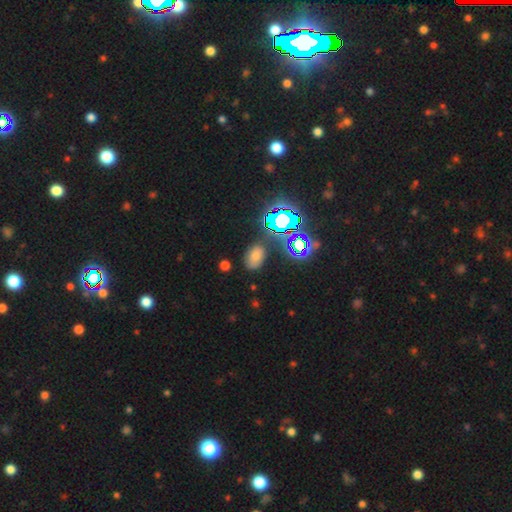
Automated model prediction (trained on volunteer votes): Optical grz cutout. It shows a smooth galaxy with no disk features (52%) that is in between round and cigar-shaped (79%). Merging: none (78%).